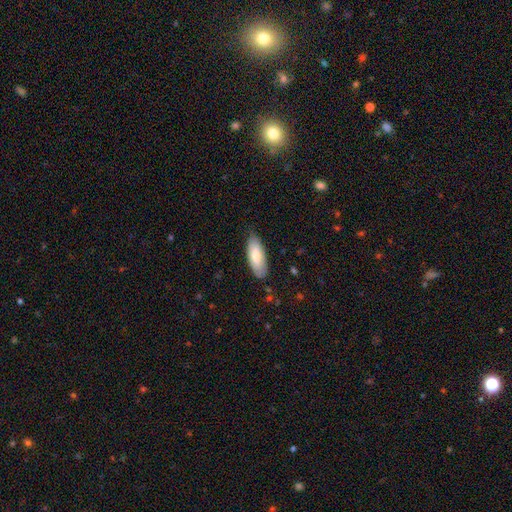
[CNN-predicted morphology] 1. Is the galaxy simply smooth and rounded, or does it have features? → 74% smooth, 20% featured or disk, 6% star or artifact.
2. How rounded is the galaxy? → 80% in between, 18% cigar-shaped, 2% round.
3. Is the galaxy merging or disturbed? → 80% none, 16% minor disturbance, 3% major disturbance, 1% merger.